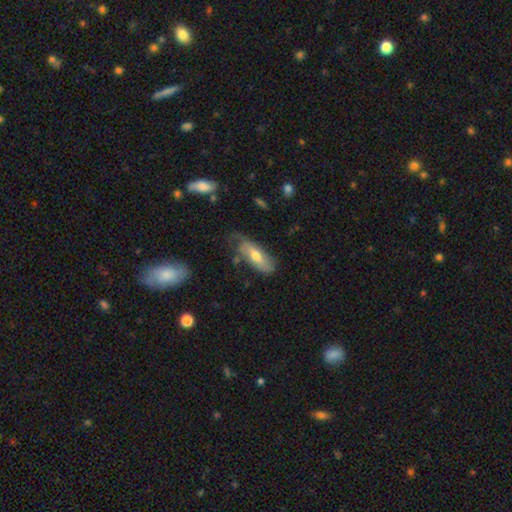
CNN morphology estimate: Smooth or featured? smooth (55%)
How rounded? in between (72%)
Merging? none (52%)